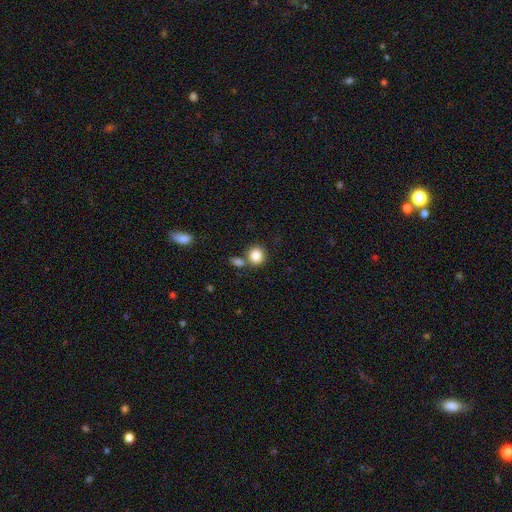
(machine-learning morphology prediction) The model was most divided on "merging": none: 63%, merger: 23%, minor disturbance: 11%, major disturbance: 4%. More confident: smooth or featured — smooth (86%); how rounded — round (82%).